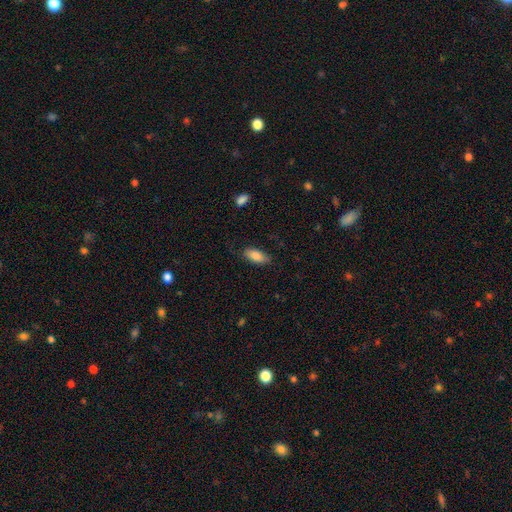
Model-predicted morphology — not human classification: Smooth or featured: smooth — 85% (featured or disk — 8%)
How rounded: in between — 86% (cigar-shaped — 11%)
Merging: none — 79% (minor disturbance — 16%)